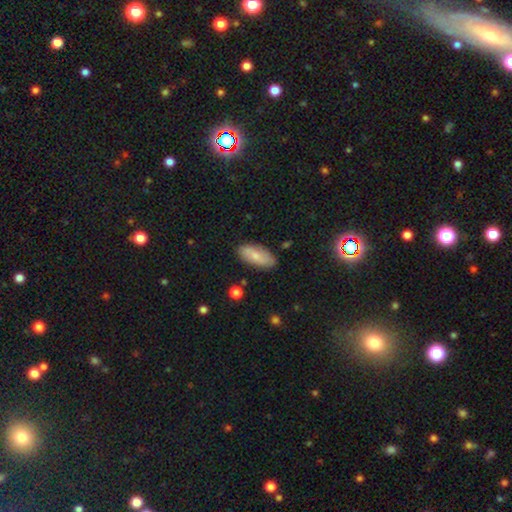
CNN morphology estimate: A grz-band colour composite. It shows a smooth galaxy with no disk features (68%) that is in between round and cigar-shaped (86%). Merging: none (84%).